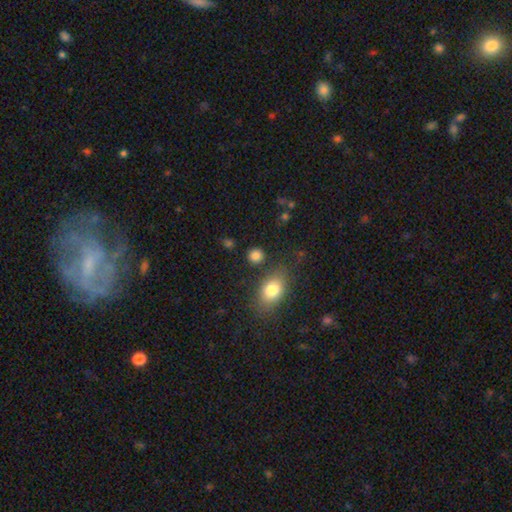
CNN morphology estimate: Smooth or featured? smooth (84%)
How rounded? round (83%)
Merging? none (82%)